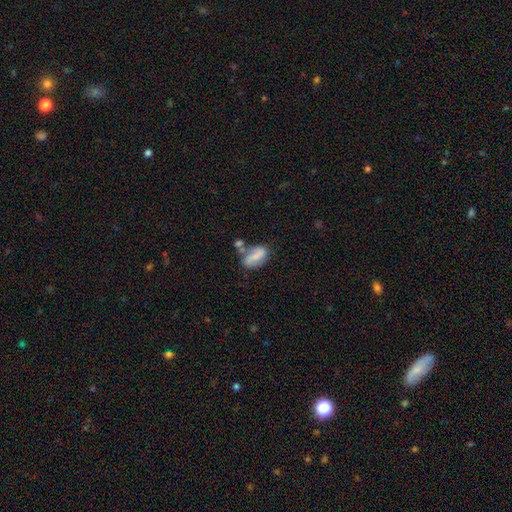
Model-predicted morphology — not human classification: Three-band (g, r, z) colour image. It shows a smooth galaxy with no disk features (61%) that is in between round and cigar-shaped (87%). Merging: none (45%).